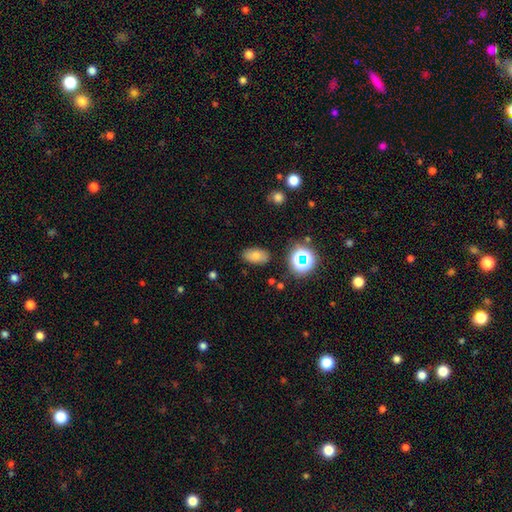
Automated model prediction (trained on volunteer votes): Smooth or featured?
  - smooth: 75% *
  - star or artifact: 15%
  - featured or disk: 10%
How rounded?
  - in between: 89% *
  - round: 8%
  - cigar-shaped: 2%
Merging?
  - none: 84% *
  - minor disturbance: 11%
  - major disturbance: 3%
  - merger: 2%